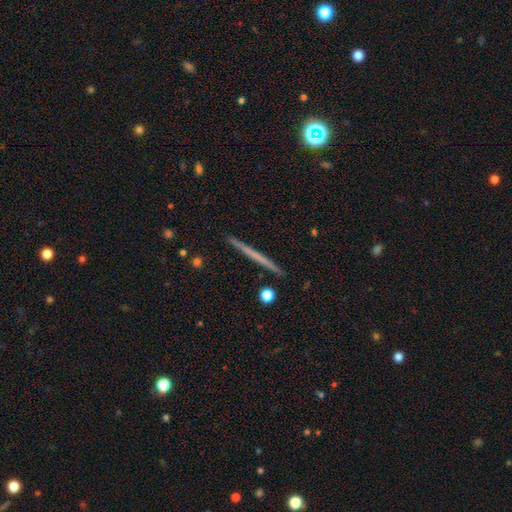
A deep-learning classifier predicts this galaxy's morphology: Smooth or featured: featured or disk — 52% (smooth — 42%)
Edge-on disk: yes — 98% (no — 2%)
Edge-on bulge: none — 90% (rounded — 7%)
Merging: none — 92% (minor disturbance — 5%)